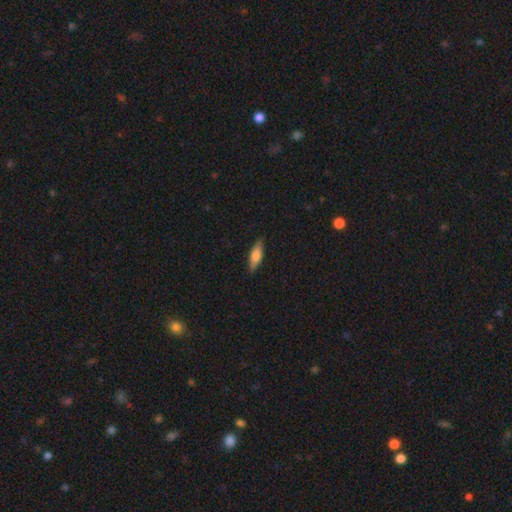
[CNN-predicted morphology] Smooth or featured? Predicted: smooth (p=0.68). How rounded? Predicted: in between (p=0.50). Merging? Predicted: none (p=0.85).